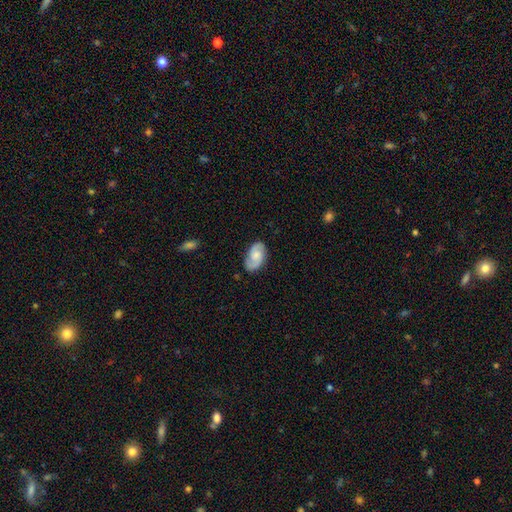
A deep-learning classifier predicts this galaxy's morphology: Q: Smooth or featured?
A: featured or disk (66%); runner-up: smooth (28%)
Q: Edge-on disk?
A: no (97%); runner-up: yes (3%)
Q: Bar?
A: no (61%); runner-up: weak (34%)
Q: Spiral arms?
A: yes (94%); runner-up: no (6%)
Q: Spiral winding?
A: medium (48%); runner-up: tight (29%)
Q: Spiral arm count?
A: 2 (87%); runner-up: can't tell (6%)
Q: Bulge size?
A: moderate (43%); runner-up: small (29%)
Q: Merging?
A: none (79%); runner-up: minor disturbance (16%)